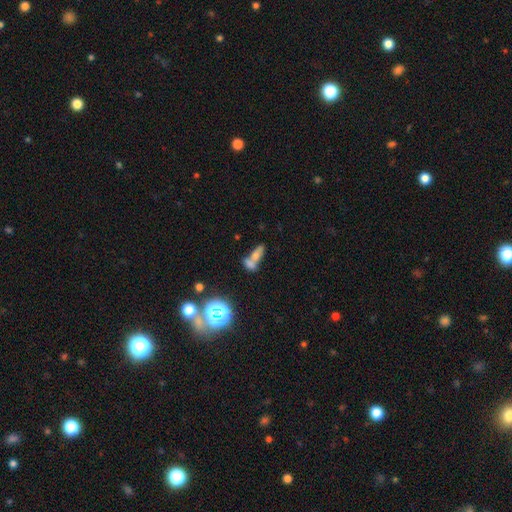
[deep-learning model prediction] Smooth or featured: smooth — 61% (featured or disk — 22%)
How rounded: in between — 67% (cigar-shaped — 23%)
Merging: merger — 64% (none — 23%)